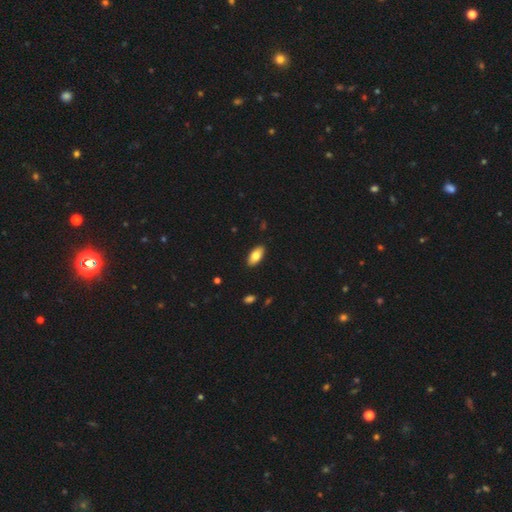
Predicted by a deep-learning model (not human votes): Smooth or featured?
  - smooth: 79% *
  - featured or disk: 14%
  - star or artifact: 6%
How rounded?
  - in between: 91% *
  - cigar-shaped: 6%
  - round: 2%
Merging?
  - none: 90% *
  - minor disturbance: 8%
  - major disturbance: 2%
  - merger: 1%